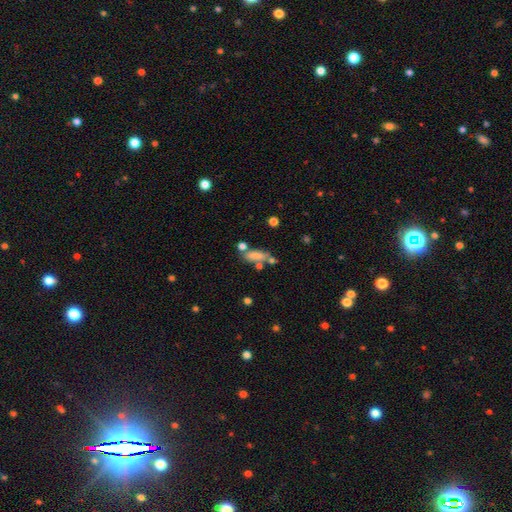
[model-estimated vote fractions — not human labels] Morphology: type=smooth (76%); roundness=in between (59%); merging=none (51%).